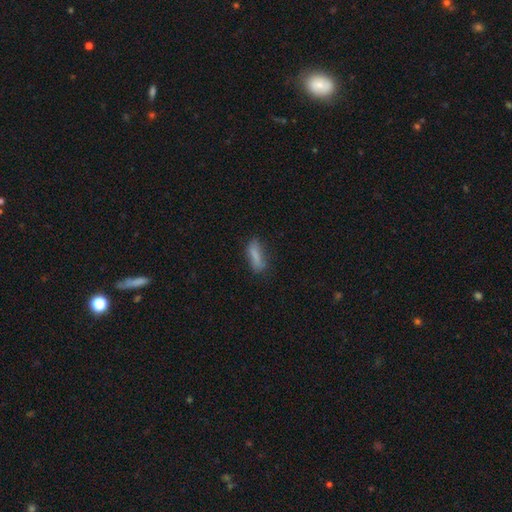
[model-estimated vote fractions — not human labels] smooth_or_featured: smooth (p=0.79) [alt: featured or disk p=0.12]
how_rounded: in between (p=0.49) [alt: cigar-shaped p=0.48]
merging: none (p=0.65) [alt: minor disturbance p=0.24]